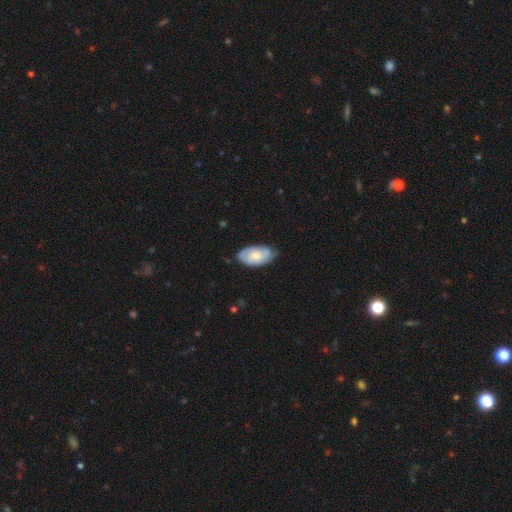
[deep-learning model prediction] Smooth or featured? smooth (51%)
How rounded? in between (94%)
Merging? none (71%)